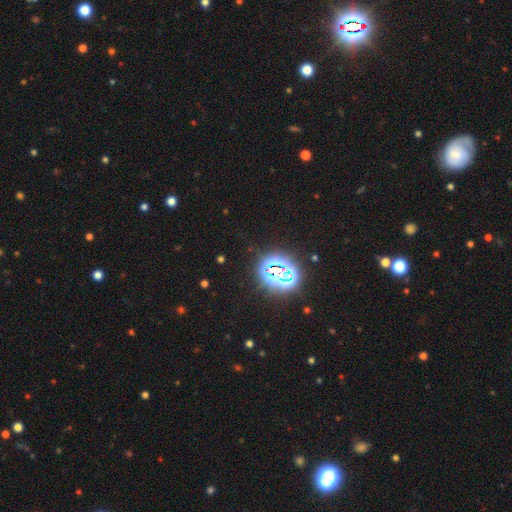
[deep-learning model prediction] A star or artifact, not a galaxy (79%).